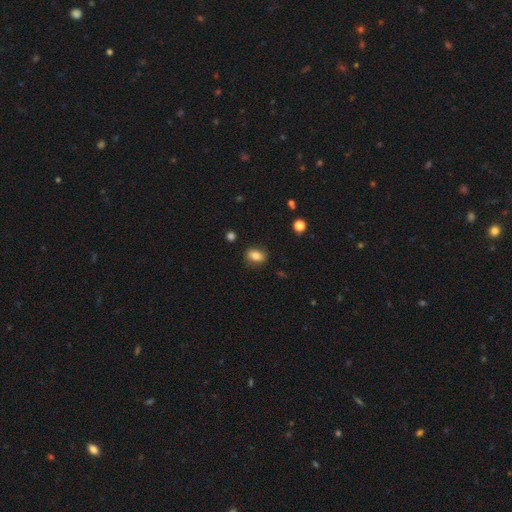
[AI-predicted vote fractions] A smooth galaxy with no disk features (82%) that is in between round and cigar-shaped (72%).

Vote fractions:
- Smooth or featured? smooth: 82% / star or artifact: 9% / featured or disk: 9%
- How rounded? in between: 72% / round: 26% / cigar-shaped: 2%
- Merging? none: 83% / minor disturbance: 12% / major disturbance: 3% / merger: 1%